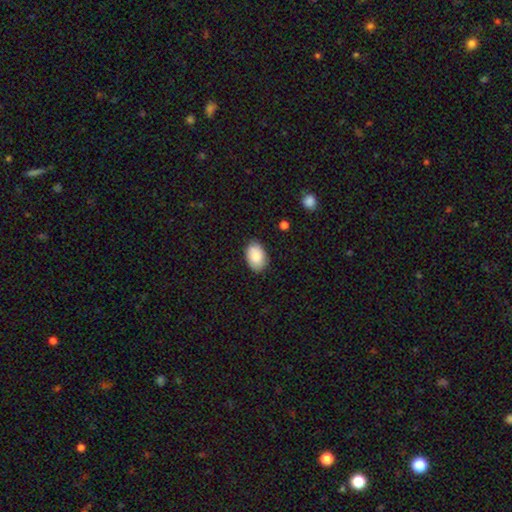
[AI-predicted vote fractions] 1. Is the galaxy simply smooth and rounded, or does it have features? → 87% smooth, 7% featured or disk, 6% star or artifact.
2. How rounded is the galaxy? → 89% in between, 10% round, 1% cigar-shaped.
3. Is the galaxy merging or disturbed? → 83% none, 13% minor disturbance, 2% major disturbance, 1% merger.